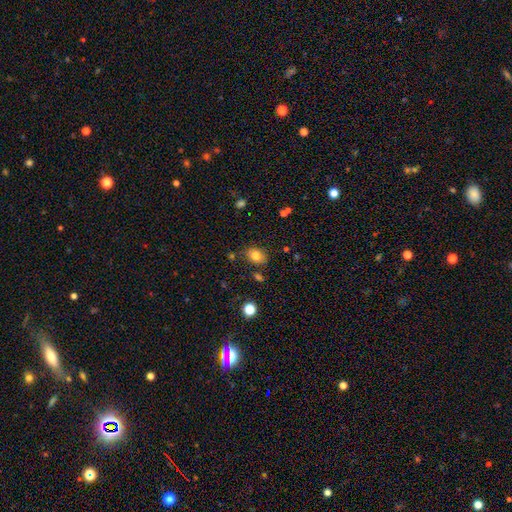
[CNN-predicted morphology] Smooth or featured? Predicted: smooth (p=0.80). How rounded? Predicted: in between (p=0.67). Merging? Predicted: none (p=0.75).